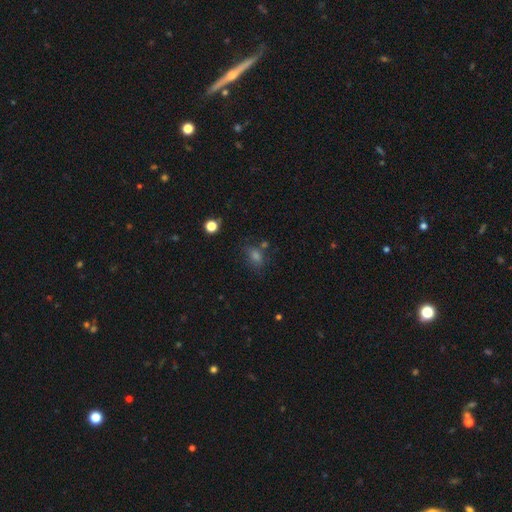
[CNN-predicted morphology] smooth_or_featured: smooth (p=0.57) [alt: star or artifact p=0.30]
how_rounded: in between (p=0.62) [alt: round p=0.35]
merging: none (p=0.67) [alt: minor disturbance p=0.17]